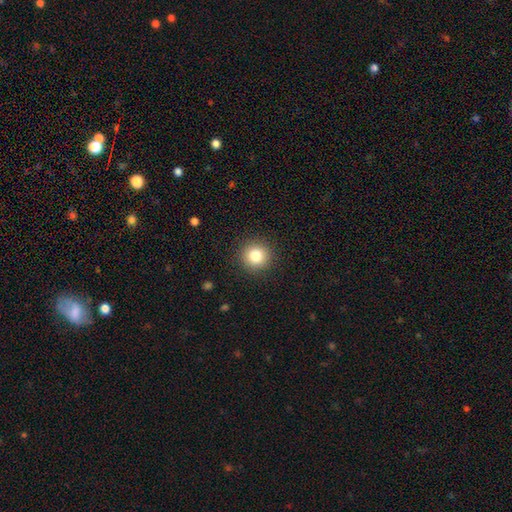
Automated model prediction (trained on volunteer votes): This is clearly a smooth galaxy (82%). How rounded: clearly round (95%). Merging: clearly none (91%).